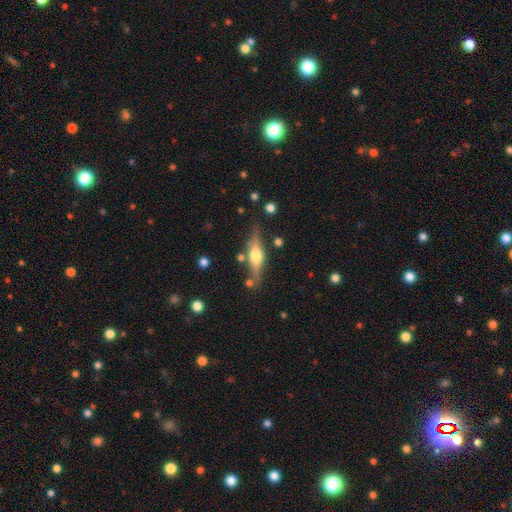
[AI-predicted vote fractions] A featured or disk galaxy (60%) viewed edge-on (93%) with a rounded central bulge (91%). Merging: none (78%).